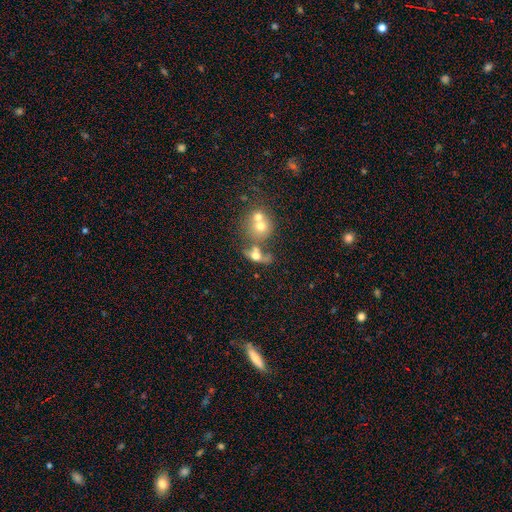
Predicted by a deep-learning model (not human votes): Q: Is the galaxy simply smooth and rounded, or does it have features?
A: smooth — 52%.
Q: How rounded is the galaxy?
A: in between — 57%.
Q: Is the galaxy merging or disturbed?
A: merger — 49%.